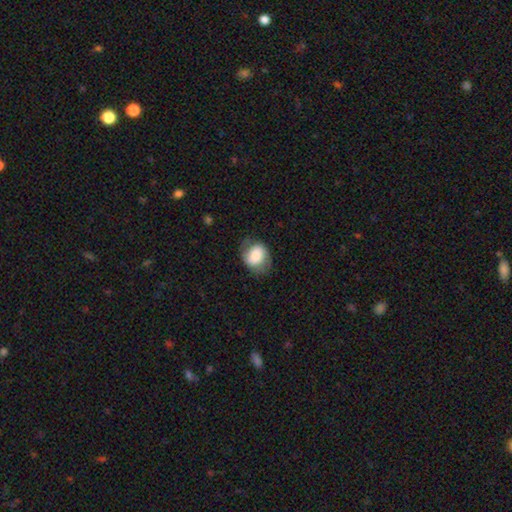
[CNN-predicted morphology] smooth 73%, featured or disk 20%, star or artifact 7%. Down the decision tree: how rounded — in between (51%); merging — none (61%).